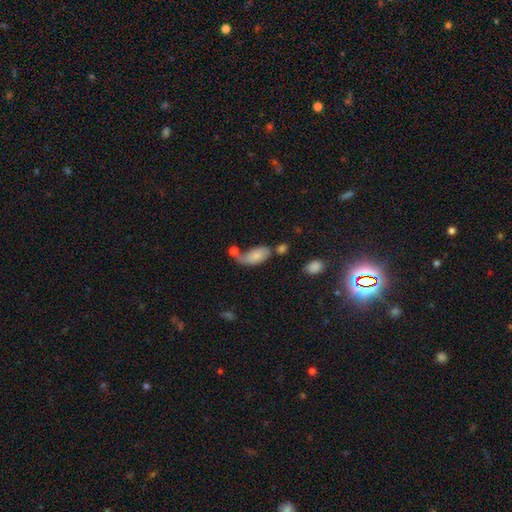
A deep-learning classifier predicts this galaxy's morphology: Q: Smooth or featured?
A: smooth (75%); runner-up: featured or disk (17%)
Q: How rounded?
A: in between (91%); runner-up: cigar-shaped (6%)
Q: Merging?
A: none (33%); runner-up: merger (31%)